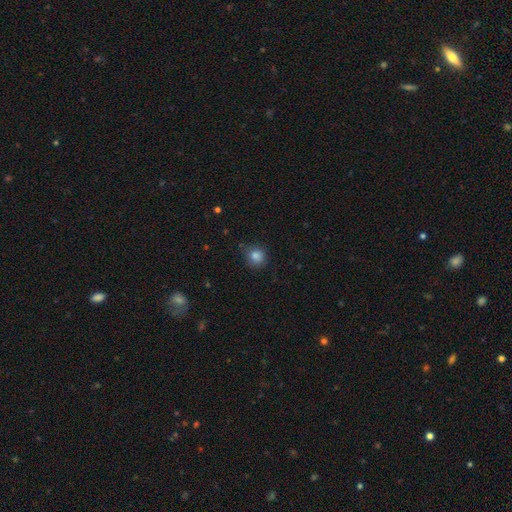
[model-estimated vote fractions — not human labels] smooth-or-featured: smooth: 83% | star or artifact: 11% | featured or disk: 5%
  how-rounded: round: 84% | in between: 16% | cigar-shaped: 1%
  merging: none: 73% | minor disturbance: 20% | major disturbance: 5% | merger: 2%